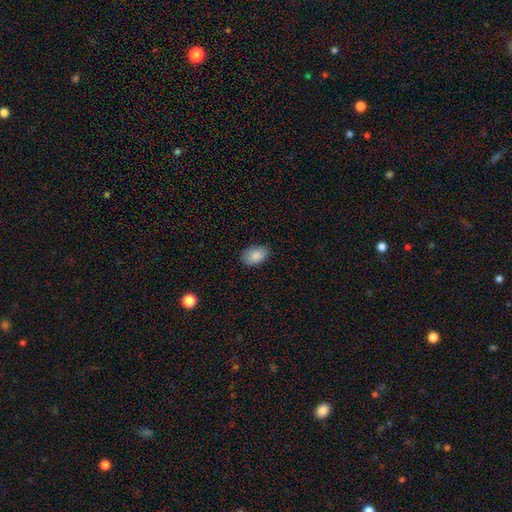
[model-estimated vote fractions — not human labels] This appears to be a smooth galaxy with no disk features (87%) that is in between round and cigar-shaped (89%). Merging: none (75%).